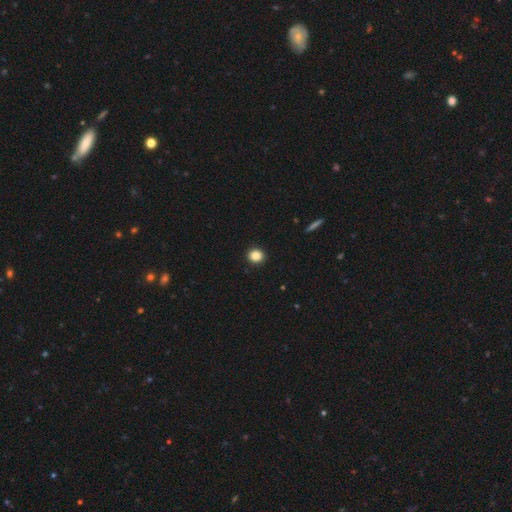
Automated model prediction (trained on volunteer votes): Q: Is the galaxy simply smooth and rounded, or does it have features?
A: smooth — 86%.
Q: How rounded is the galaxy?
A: round — 88%.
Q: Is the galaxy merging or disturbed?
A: none — 93%.